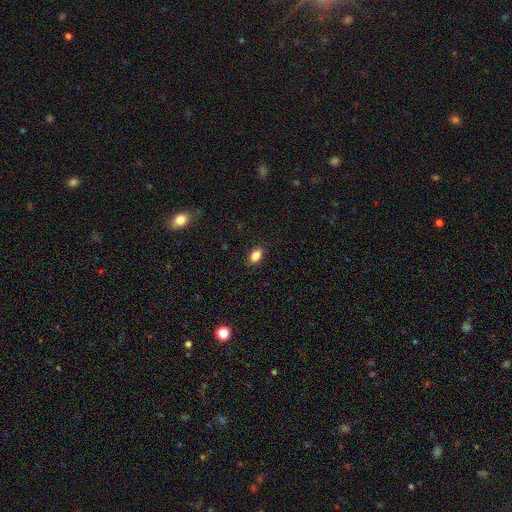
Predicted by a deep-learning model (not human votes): Smooth or featured?
  - smooth: 85% *
  - star or artifact: 9%
  - featured or disk: 6%
How rounded?
  - in between: 87% *
  - round: 11%
  - cigar-shaped: 2%
Merging?
  - none: 89% *
  - minor disturbance: 8%
  - major disturbance: 2%
  - merger: 1%